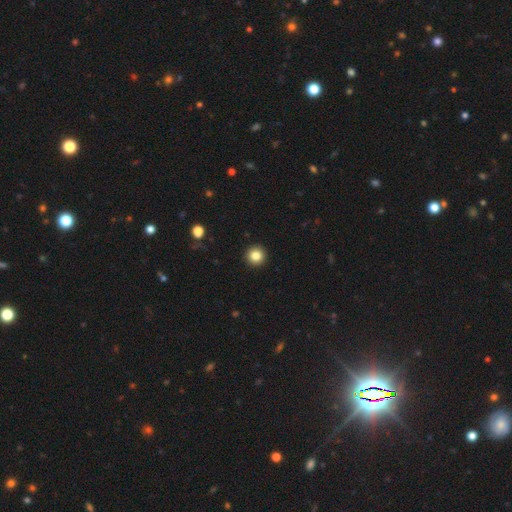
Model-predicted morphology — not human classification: smooth_or_featured: smooth (p=0.84) [alt: star or artifact p=0.11]
how_rounded: round (p=0.96) [alt: in between p=0.03]
merging: none (p=0.93) [alt: minor disturbance p=0.04]